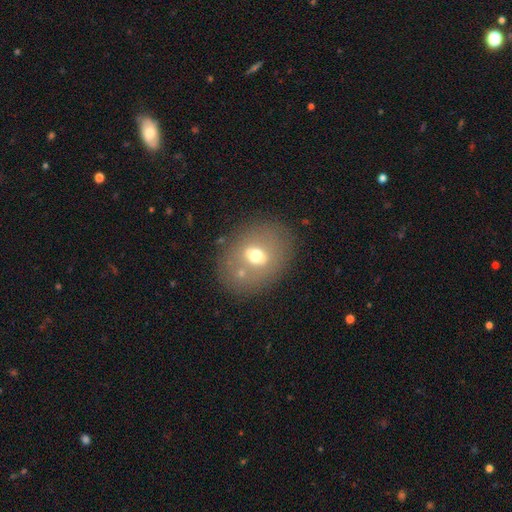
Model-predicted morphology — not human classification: Smooth or featured? smooth (55%)
How rounded? in between (53%)
Merging? none (76%)